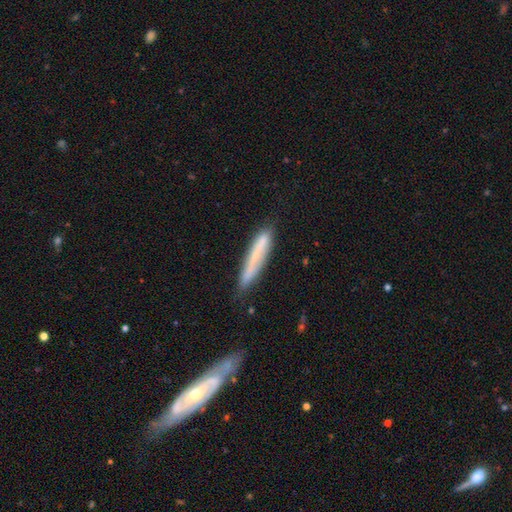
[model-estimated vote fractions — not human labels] This appears to be a smooth galaxy with no disk features (53%) that is cigar-shaped (92%). Merging: none (74%).